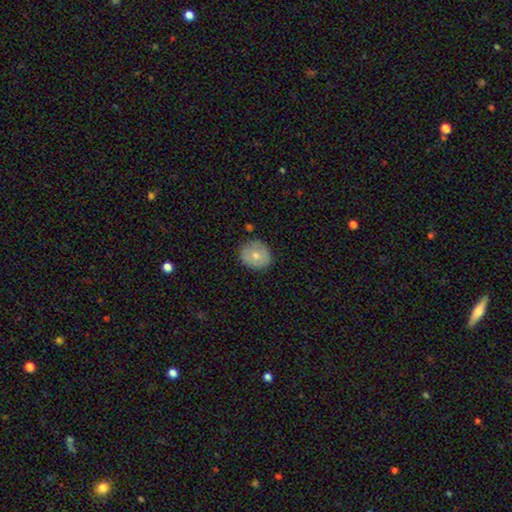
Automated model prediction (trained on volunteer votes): The model was most divided on "smooth or featured": smooth: 69%, featured or disk: 24%, star or artifact: 8%. More confident: merging — none (79%); how rounded — round (77%).